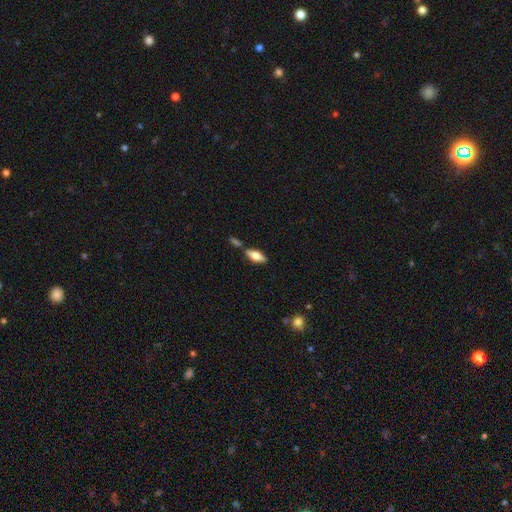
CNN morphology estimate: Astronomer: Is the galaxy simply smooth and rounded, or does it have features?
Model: smooth — 62%.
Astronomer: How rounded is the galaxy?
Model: in between — 71%.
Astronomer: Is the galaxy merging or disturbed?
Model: none — 66%.